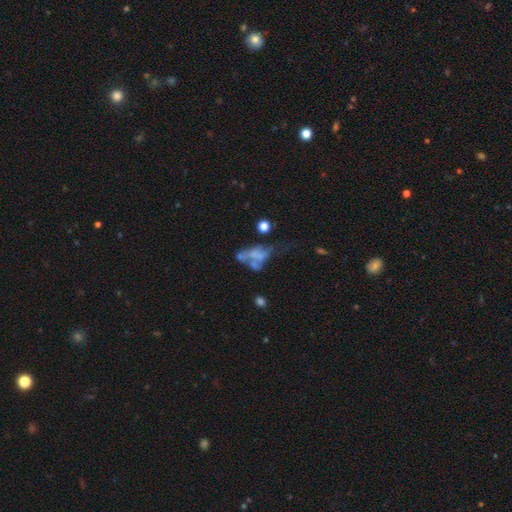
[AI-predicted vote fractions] smooth-or-featured: featured or disk: 49% | smooth: 35% | star or artifact: 15%
  merging: major disturbance: 37% | merger: 29% | none: 19% | minor disturbance: 15%